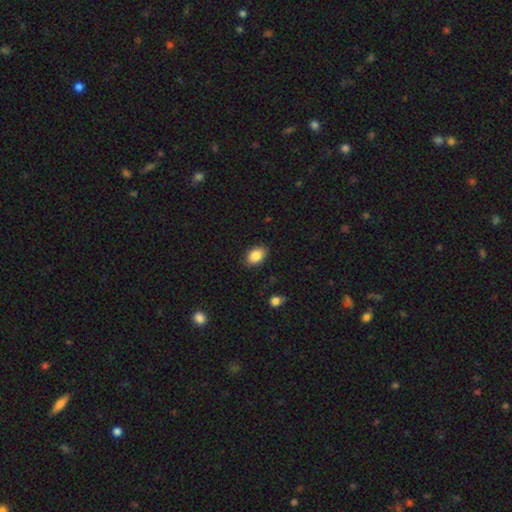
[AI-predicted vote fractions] Smooth or featured? Predicted: smooth (p=0.87). How rounded? Predicted: in between (p=0.84). Merging? Predicted: none (p=0.87).